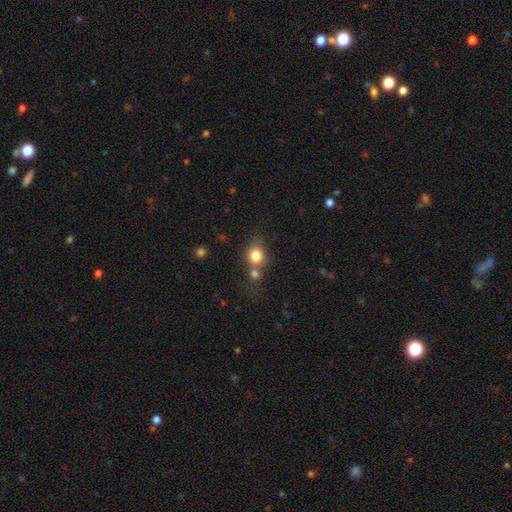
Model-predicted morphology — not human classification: smooth 81%, star or artifact 11%, featured or disk 8%. Down the decision tree: how rounded — round (79%); merging — none (50%).